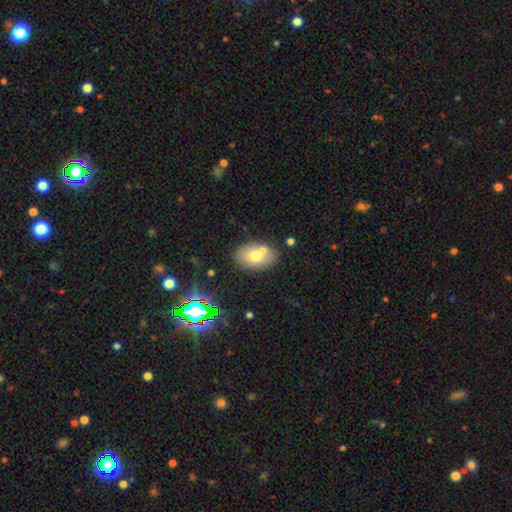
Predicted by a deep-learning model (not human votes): Smooth or featured? smooth (68%)
How rounded? in between (85%)
Merging? none (69%)